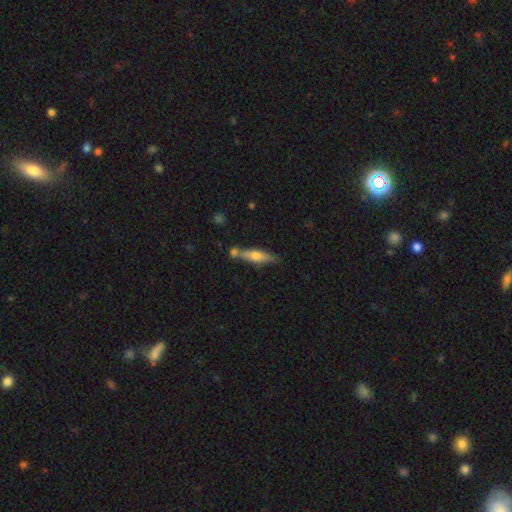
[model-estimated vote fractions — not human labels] The model was most divided on "smooth or featured": smooth: 50%, featured or disk: 44%, star or artifact: 7%. More confident: merging — none (62%).